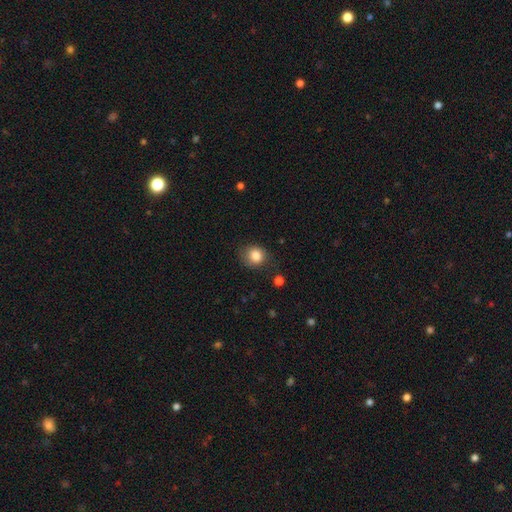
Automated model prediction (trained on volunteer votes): Smooth or featured?
  - smooth: 83% *
  - star or artifact: 10%
  - featured or disk: 7%
How rounded?
  - round: 76% *
  - in between: 23%
  - cigar-shaped: 1%
Merging?
  - none: 70% *
  - minor disturbance: 21%
  - major disturbance: 6%
  - merger: 2%